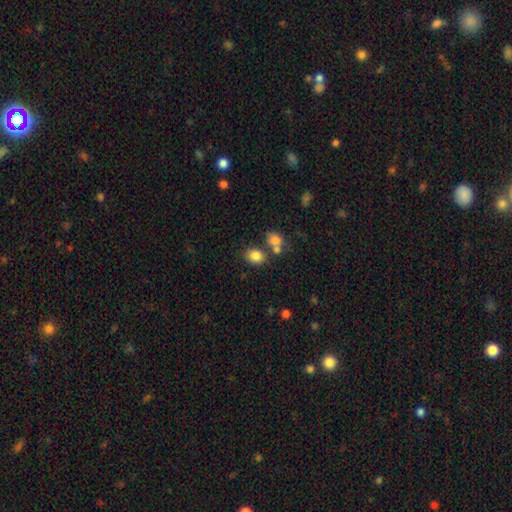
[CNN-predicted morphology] Smooth or featured? Predicted: smooth (p=0.83). How rounded? Predicted: in between (p=0.59). Merging? Predicted: none (p=0.66).